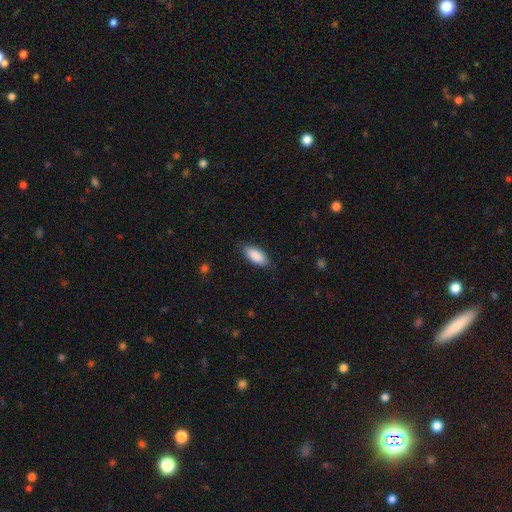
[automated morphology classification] smooth-or-featured: smooth: 89% | star or artifact: 6% | featured or disk: 5%
  how-rounded: in between: 86% | cigar-shaped: 12% | round: 2%
  merging: none: 83% | minor disturbance: 13% | major disturbance: 3% | merger: 1%